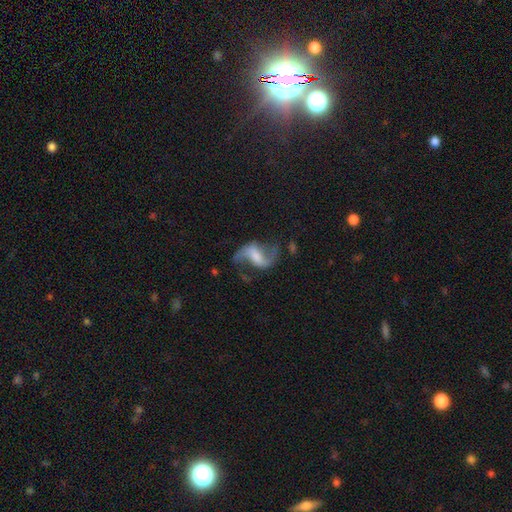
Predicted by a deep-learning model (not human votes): Smooth or featured? Predicted: featured or disk (p=0.86). Edge-on disk? Predicted: no (p=0.97). Bar? Predicted: weak (p=0.47). Spiral arms? Predicted: yes (p=0.96). Spiral winding? Predicted: loose (p=0.76). Spiral arm count? Predicted: 2 (p=0.93). Bulge size? Predicted: moderate (p=0.33). Merging? Predicted: none (p=0.68).